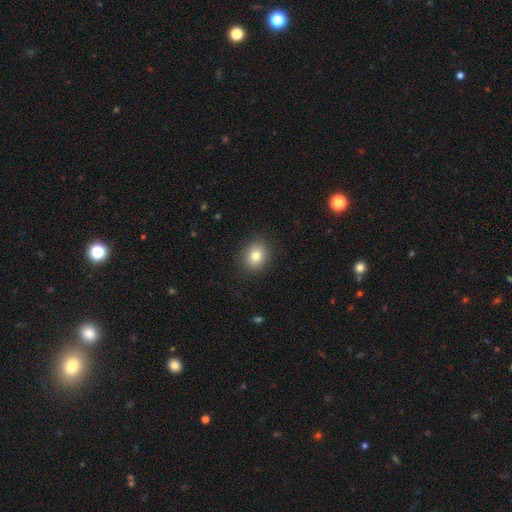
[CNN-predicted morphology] smooth_or_featured: smooth (p=0.80) [alt: star or artifact p=0.11]
how_rounded: round (p=0.65) [alt: in between p=0.35]
merging: none (p=0.88) [alt: minor disturbance p=0.08]